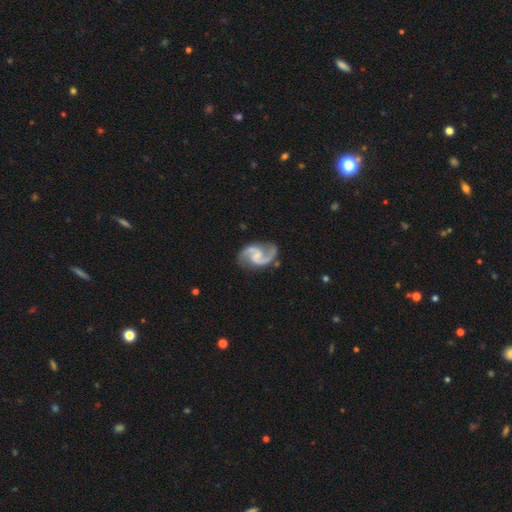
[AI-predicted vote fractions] Morphology: type=featured or disk (92%); edge-on=no (98%); bar=weak (49%); spiral arms=yes (98%); winding=medium (56%); arm count=2 (94%); bulge=small (40%); merging=none (80%).